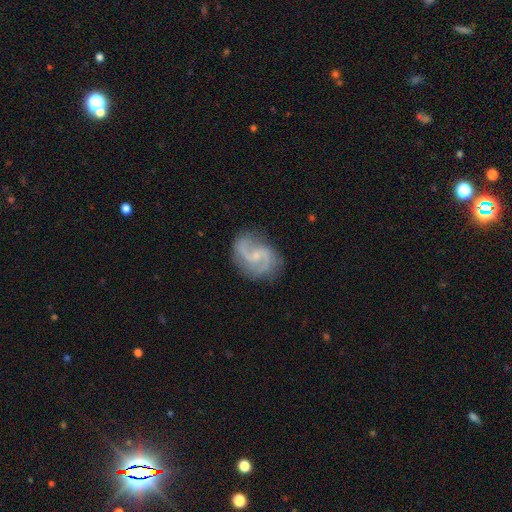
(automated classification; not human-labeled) This is clearly a featured or disk galaxy (88%). It is clearly not viewed edge-on (98%). Bar: possibly weak (46%). Spiral arm pattern: clearly yes (97%). Spiral arm count: clearly 2 (89%). Spiral winding: possibly medium (46%). Central bulge: likely small (70%). Merging: likely none (77%).